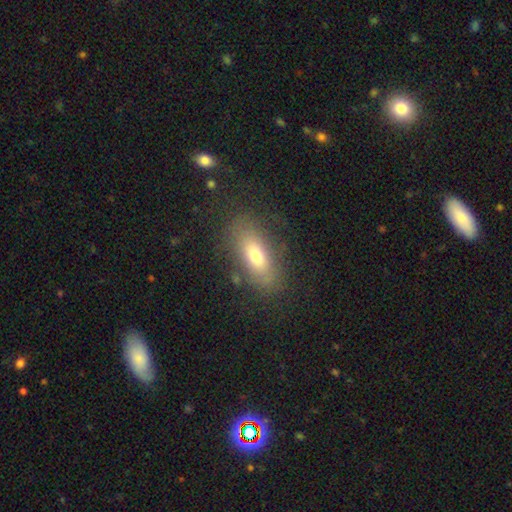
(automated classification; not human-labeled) This is likely a smooth galaxy (68%). How rounded: clearly in between (81%). Merging: likely none (78%).